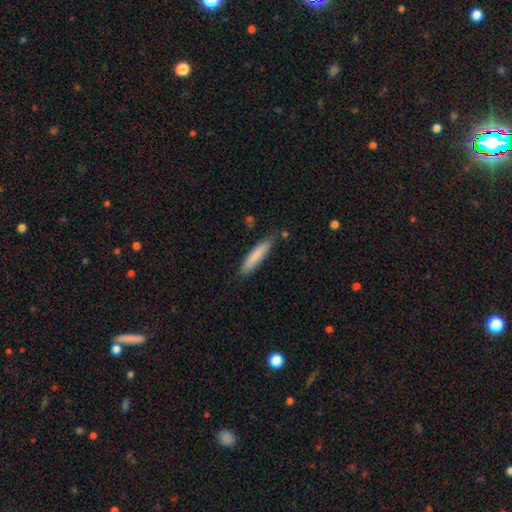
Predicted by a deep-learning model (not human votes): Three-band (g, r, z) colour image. It shows a smooth galaxy with no disk features (82%) that is cigar-shaped (86%). Merging: none (83%).